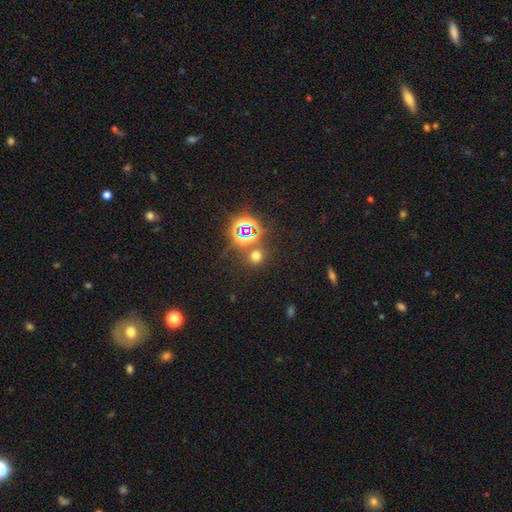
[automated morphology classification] smooth-or-featured: smooth: 54% | star or artifact: 39% | featured or disk: 7%
  how-rounded: round: 85% | in between: 14% | cigar-shaped: 1%
  merging: none: 78% | merger: 10% | minor disturbance: 8% | major disturbance: 4%